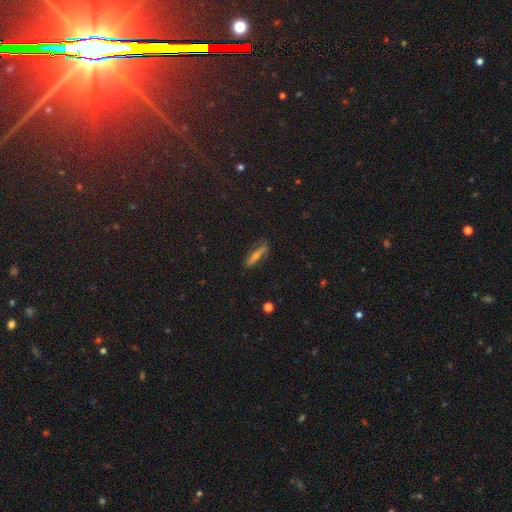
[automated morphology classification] A featured or disk galaxy (49%).

Vote fractions:
- Smooth or featured? featured or disk: 49% / smooth: 37% / star or artifact: 14%
- Merging? none: 83% / minor disturbance: 12% / major disturbance: 3% / merger: 2%